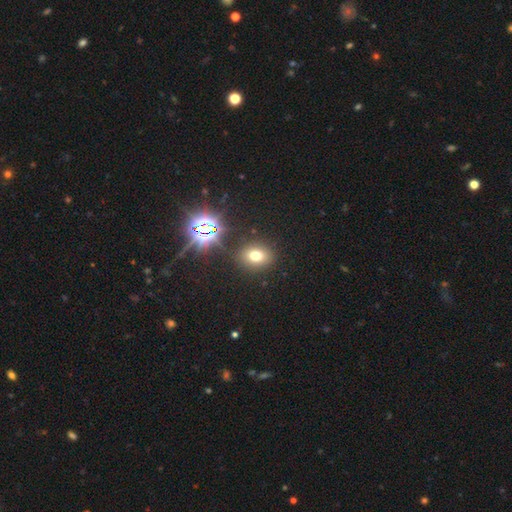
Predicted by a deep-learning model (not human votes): Overall: smooth (65%; star or artifact 25%). How rounded: in between (53%; round 45%). Merging: none (86%).